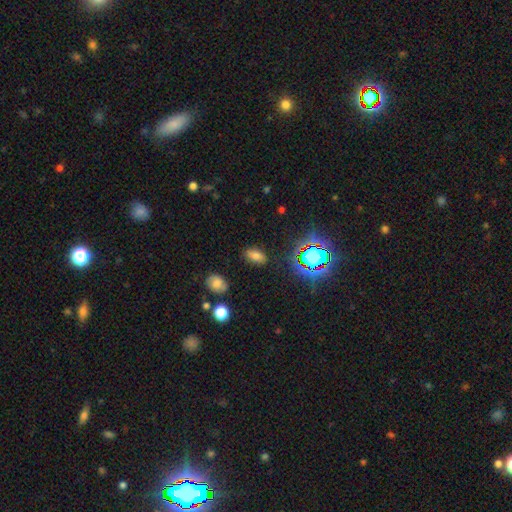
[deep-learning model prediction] Q: Smooth or featured?
A: smooth (70%); runner-up: star or artifact (21%)
Q: How rounded?
A: in between (89%); runner-up: round (7%)
Q: Merging?
A: none (84%); runner-up: minor disturbance (11%)